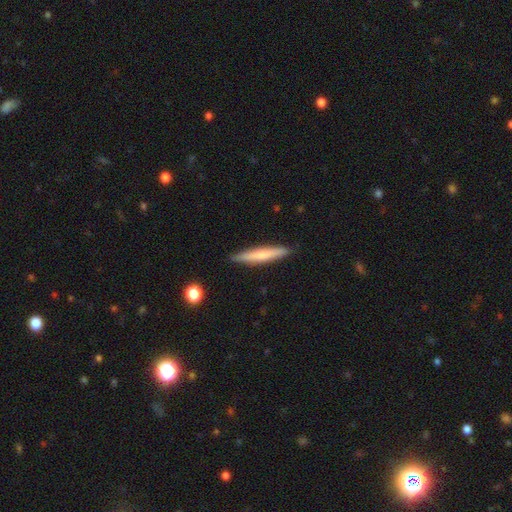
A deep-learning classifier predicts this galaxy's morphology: A smooth galaxy with no disk features (52%) that is cigar-shaped (94%).

Vote fractions:
- Smooth or featured? smooth: 52% / featured or disk: 41% / star or artifact: 7%
- How rounded? cigar-shaped: 94% / in between: 5% / round: 1%
- Merging? none: 91% / minor disturbance: 7% / major disturbance: 1% / merger: 1%